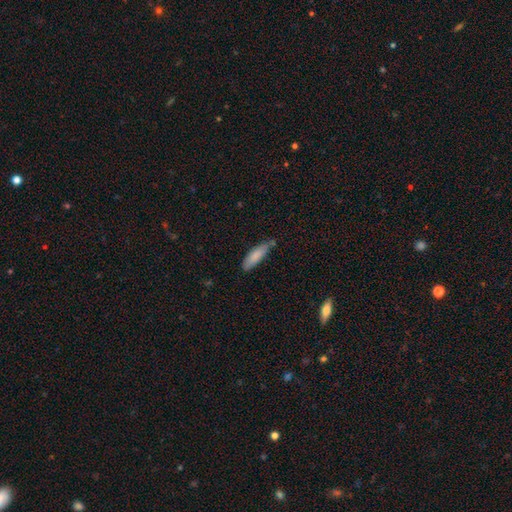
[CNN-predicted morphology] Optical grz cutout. It shows a smooth galaxy with no disk features (83%) that is cigar-shaped (56%). Merging: none (61%).